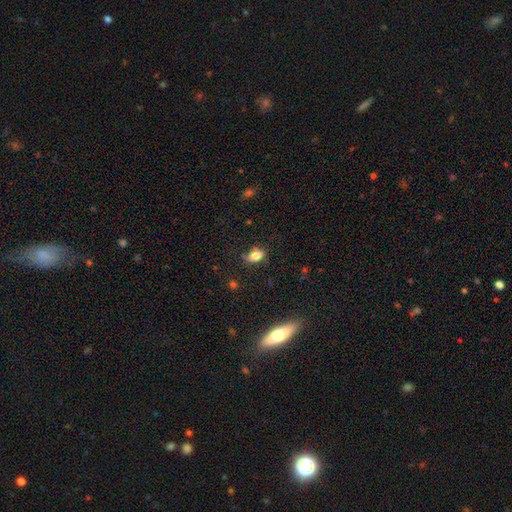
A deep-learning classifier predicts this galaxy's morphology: This is likely a smooth galaxy (78%). How rounded: clearly in between (82%). Merging: likely none (74%).